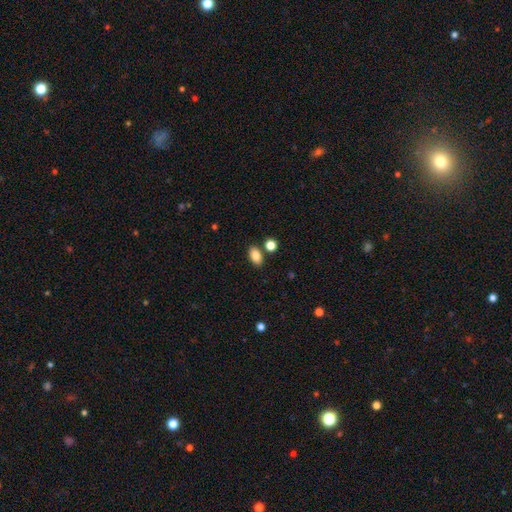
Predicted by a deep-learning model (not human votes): smooth 86%, star or artifact 9%, featured or disk 5%. Down the decision tree: how rounded — in between (89%); merging — none (80%).